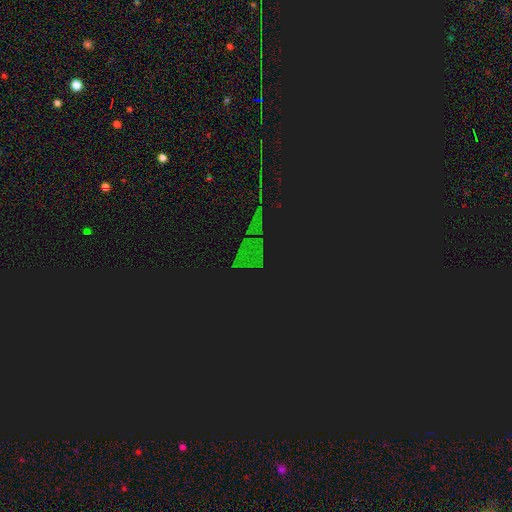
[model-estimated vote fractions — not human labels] Overall: star or artifact (82%).